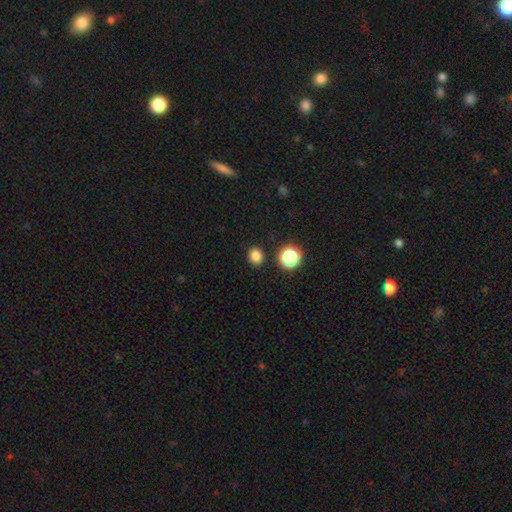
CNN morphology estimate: This appears to be a smooth galaxy with no disk features (82%) that is round (79%). Merging: none (89%).